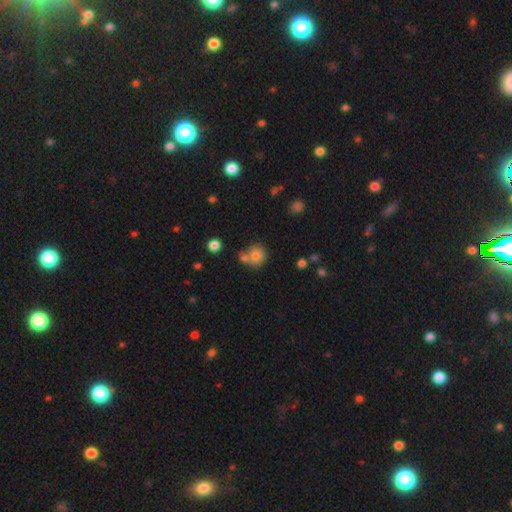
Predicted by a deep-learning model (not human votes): The model was most divided on "merging": none: 56%, merger: 29%, minor disturbance: 11%, major disturbance: 4%. More confident: how rounded — round (88%); smooth or featured — smooth (78%).